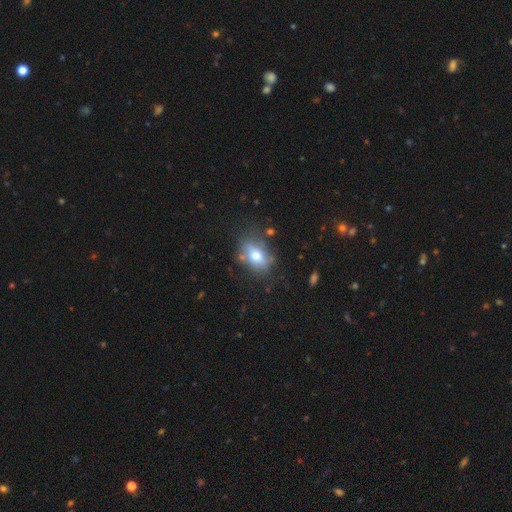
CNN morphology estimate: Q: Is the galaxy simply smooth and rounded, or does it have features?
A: smooth — 66%.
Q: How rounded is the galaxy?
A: in between — 75%.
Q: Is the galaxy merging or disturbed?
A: none — 63%.